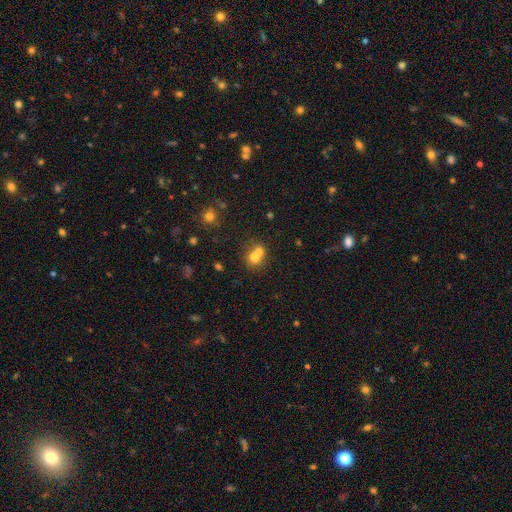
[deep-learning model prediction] smooth 69%, featured or disk 18%, star or artifact 13%. Down the decision tree: how rounded — round (76%); merging — merger (63%).